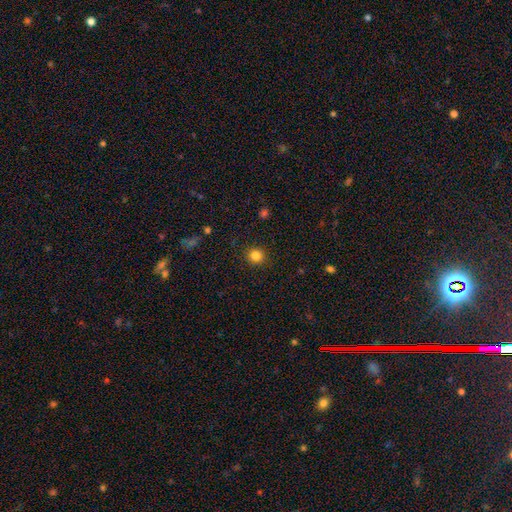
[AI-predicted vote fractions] smooth_or_featured: smooth (p=0.84) [alt: star or artifact p=0.12]
how_rounded: round (p=0.91) [alt: in between p=0.08]
merging: none (p=0.91) [alt: minor disturbance p=0.06]